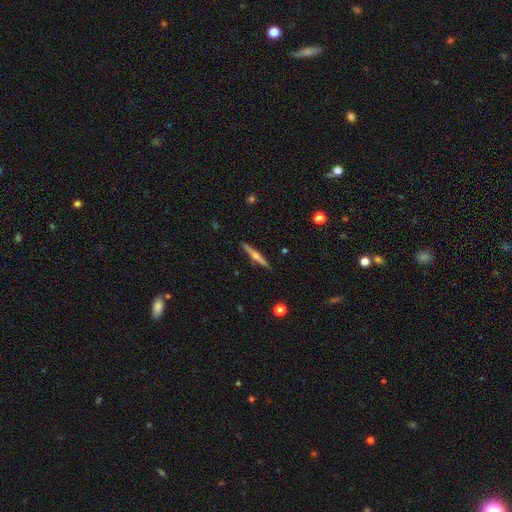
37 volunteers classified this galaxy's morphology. Q: Smooth or featured?
A: featured or disk (78%); runner-up: smooth (14%)
Q: Edge-on disk?
A: yes (100%)
Q: Edge-on bulge?
A: rounded (93%); runner-up: boxy (7%)
Q: Merging?
A: none (88%); runner-up: minor disturbance (12%)